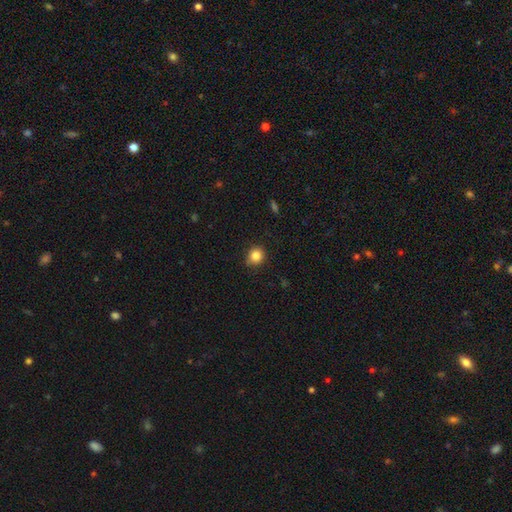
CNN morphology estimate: This is clearly a smooth galaxy (84%). How rounded: clearly round (82%). Merging: clearly none (82%).